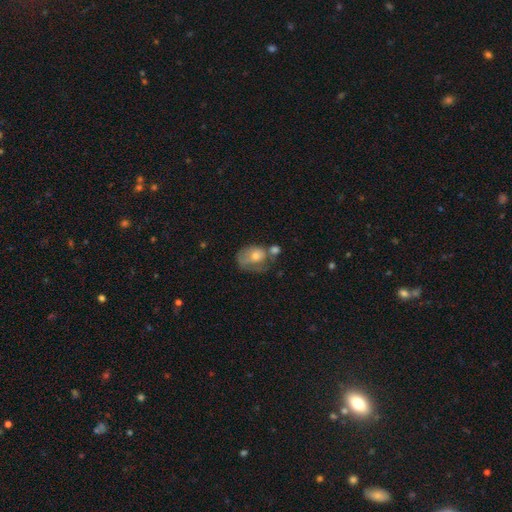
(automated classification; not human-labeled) Smooth or featured: smooth — 52% (featured or disk — 40%)
How rounded: in between — 64% (round — 35%)
Merging: none — 29% (merger — 26%)